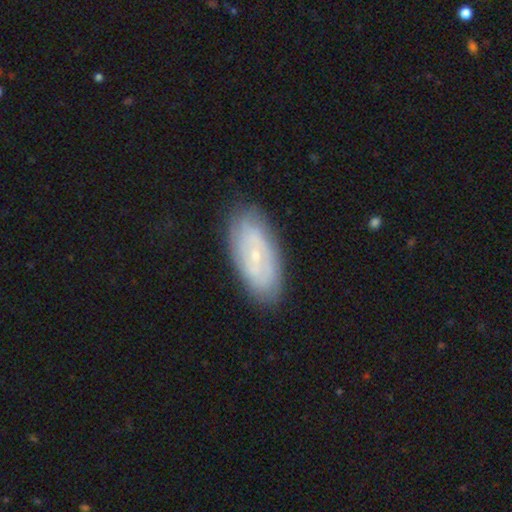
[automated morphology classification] Smooth or featured: featured or disk — 64% (smooth — 29%)
Edge-on disk: no — 90% (yes — 10%)
Bar: no — 63% (weak — 29%)
Spiral arms: yes — 72% (no — 28%)
Bulge size: small — 80% (moderate — 16%)
Merging: none — 83% (minor disturbance — 13%)